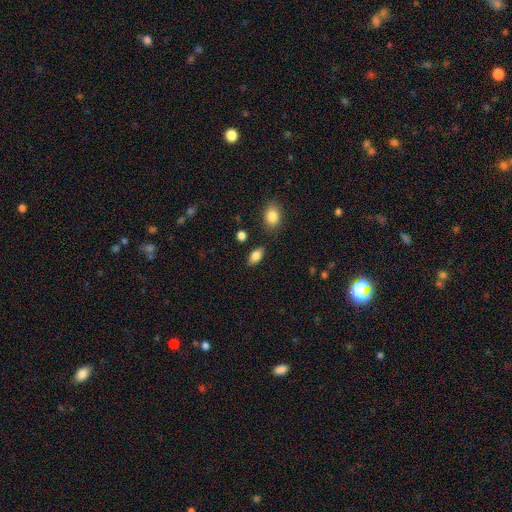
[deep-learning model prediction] Smooth or featured? Predicted: smooth (p=0.83). How rounded? Predicted: in between (p=0.90). Merging? Predicted: none (p=0.82).